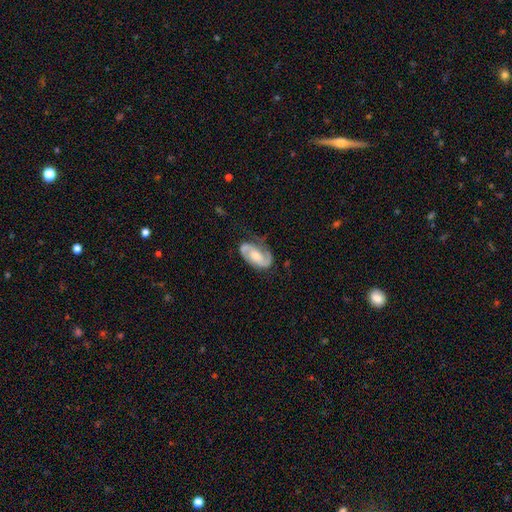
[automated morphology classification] The model was most divided on "bar": no: 50%, weak: 37%, strong: 14%. Remaining: edge-on disk — no (97%); spiral arms — yes (95%); spiral arm count — 2 (87%); smooth or featured — featured or disk (82%); merging — none (65%); bulge size — moderate (49%); spiral winding — medium (48%).